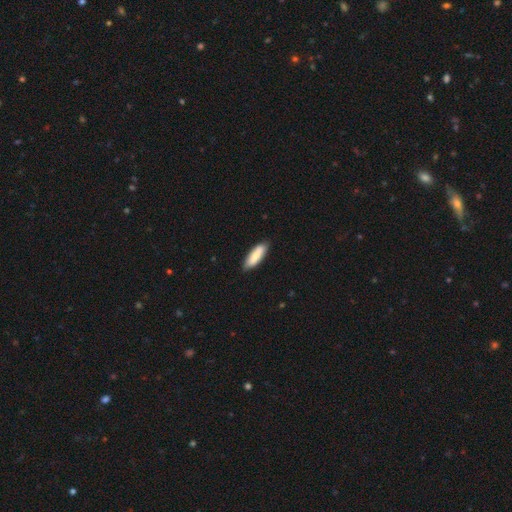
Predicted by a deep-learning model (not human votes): Smooth or featured: smooth — 73% (featured or disk — 21%)
How rounded: in between — 51% (cigar-shaped — 47%)
Merging: none — 85% (minor disturbance — 12%)